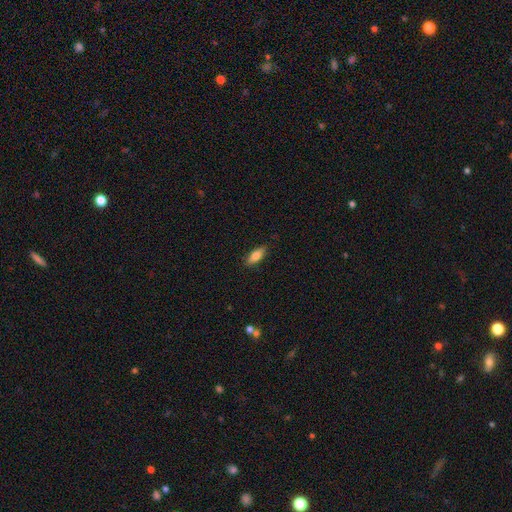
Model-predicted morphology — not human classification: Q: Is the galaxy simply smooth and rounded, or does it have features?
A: smooth — 76%.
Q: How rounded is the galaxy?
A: in between — 68%.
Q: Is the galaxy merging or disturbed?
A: none — 86%.